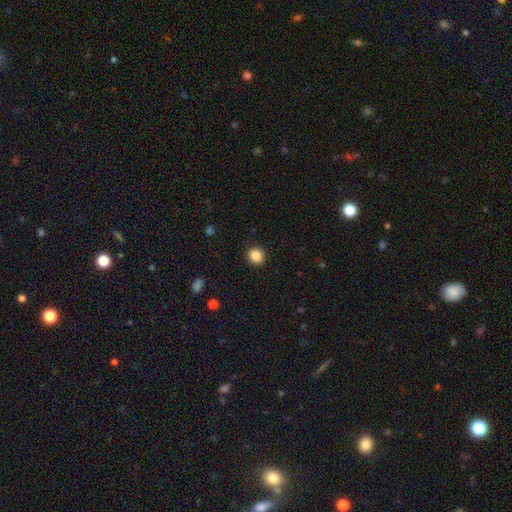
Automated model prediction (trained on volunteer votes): Smooth or featured: smooth — 87% (star or artifact — 10%)
How rounded: round — 83% (in between — 16%)
Merging: none — 91% (minor disturbance — 6%)